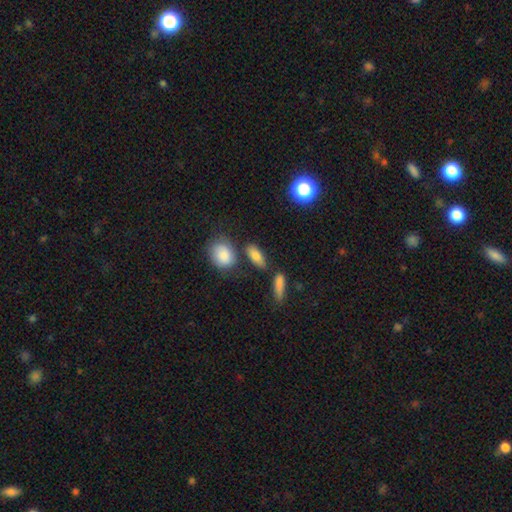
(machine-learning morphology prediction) type=smooth (82%); roundness=in between (75%); merging=none (72%).